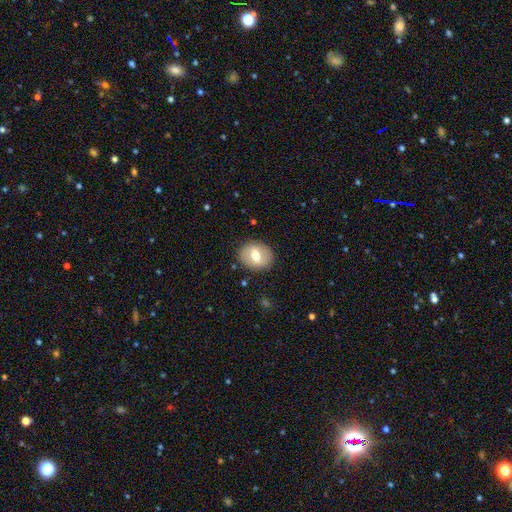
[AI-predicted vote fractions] smooth 59%, featured or disk 33%, star or artifact 7%. Down the decision tree: how rounded — round (60%); merging — none (86%).